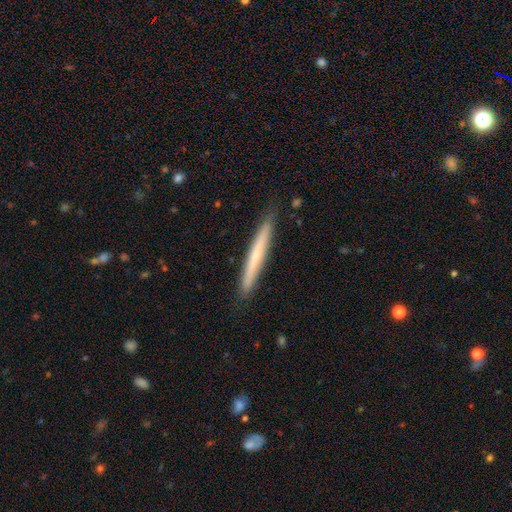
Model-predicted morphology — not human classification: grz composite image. It shows a smooth galaxy with no disk features (57%) that is cigar-shaped (97%). Merging: none (87%).